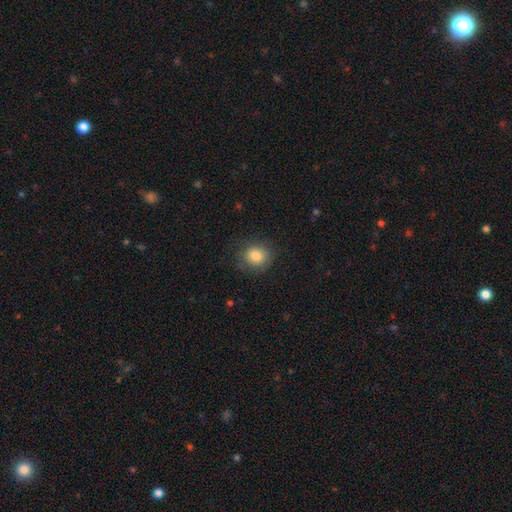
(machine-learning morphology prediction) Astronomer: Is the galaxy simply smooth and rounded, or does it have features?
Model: smooth — 84%.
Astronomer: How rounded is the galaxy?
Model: round — 74%.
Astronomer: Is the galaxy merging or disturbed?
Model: none — 81%.